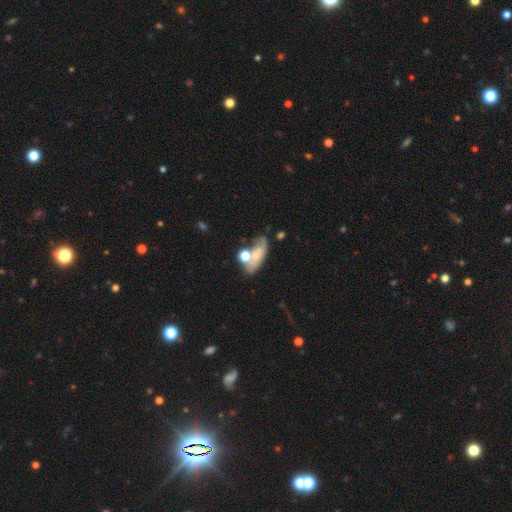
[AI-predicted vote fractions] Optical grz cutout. It shows a smooth galaxy with no disk features (52%) that is in between round and cigar-shaped (73%). Merging: none (38%).